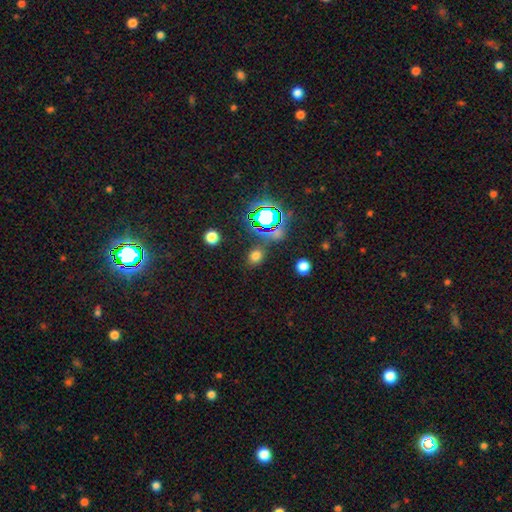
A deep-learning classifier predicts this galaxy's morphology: Smooth or featured? smooth (66%)
How rounded? round (55%)
Merging? none (80%)